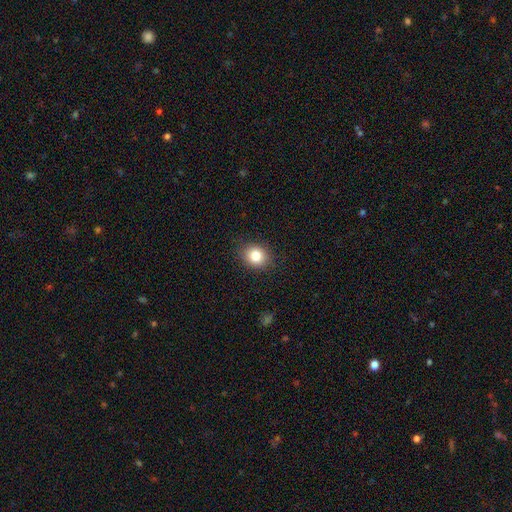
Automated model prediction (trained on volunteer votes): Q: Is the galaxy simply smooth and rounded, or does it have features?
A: smooth — 82%.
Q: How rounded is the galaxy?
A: round — 63%.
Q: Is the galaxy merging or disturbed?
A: none — 87%.